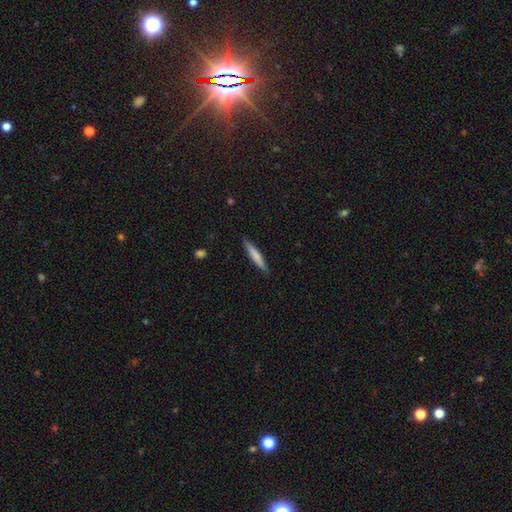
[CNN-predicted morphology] The model was most divided on "smooth or featured": smooth: 70%, featured or disk: 25%, star or artifact: 5%. More confident: how rounded — cigar-shaped (93%); merging — none (89%).